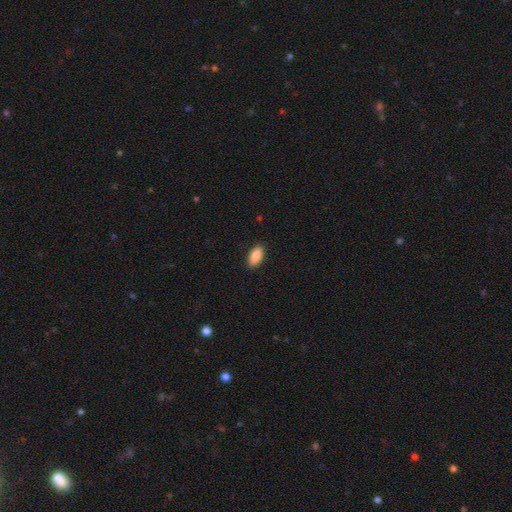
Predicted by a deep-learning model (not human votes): This appears to be a smooth galaxy with no disk features (88%) that is in between round and cigar-shaped (92%). Merging: none (89%).